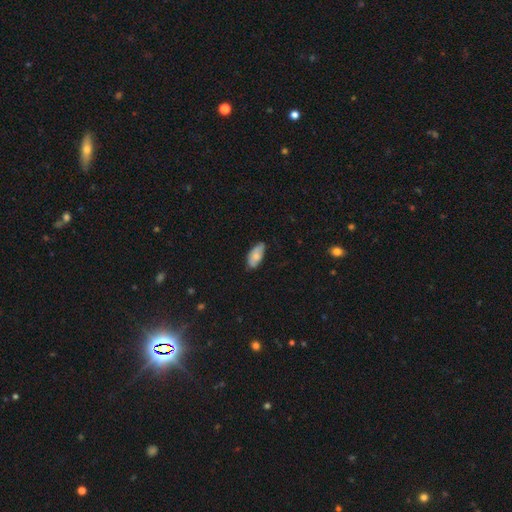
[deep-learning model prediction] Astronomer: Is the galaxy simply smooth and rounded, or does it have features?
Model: smooth — 71%.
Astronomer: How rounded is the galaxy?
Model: in between — 91%.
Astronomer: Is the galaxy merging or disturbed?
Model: none — 66%.